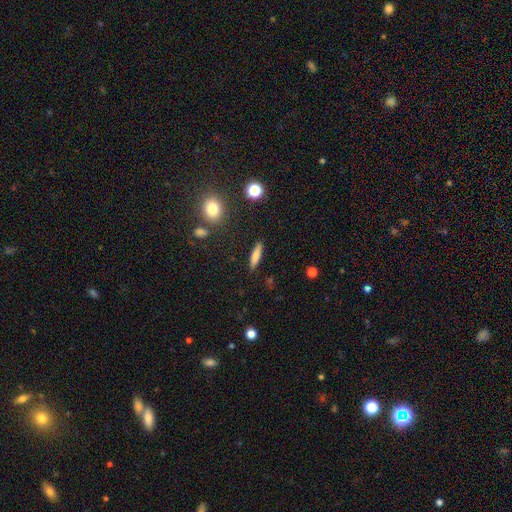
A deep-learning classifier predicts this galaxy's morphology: type=smooth (77%); roundness=cigar-shaped (76%); merging=none (89%).